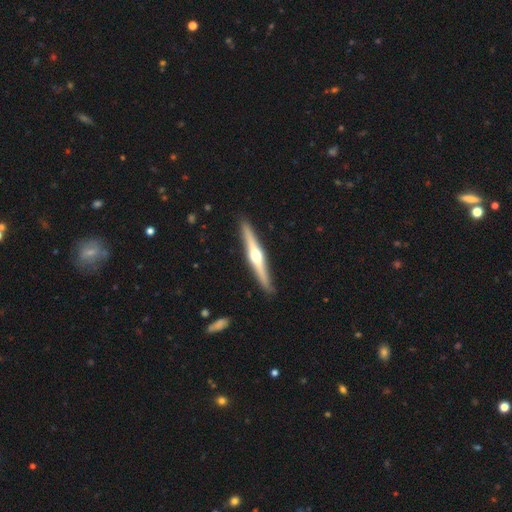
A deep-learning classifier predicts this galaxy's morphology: The model was most divided on "smooth or featured": featured or disk: 73%, smooth: 23%, star or artifact: 5%. More confident: edge-on disk — yes (98%); edge-on bulge — rounded (93%); merging — none (91%).